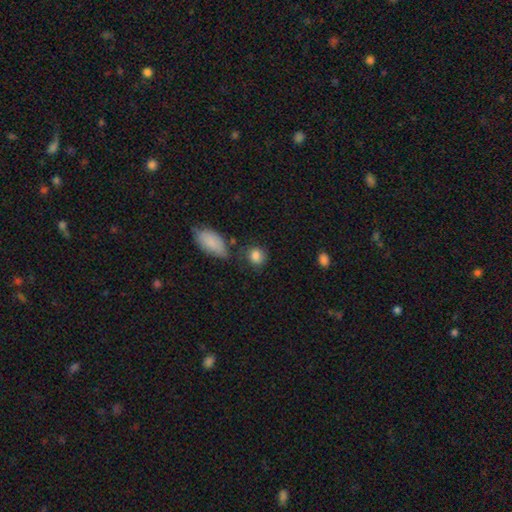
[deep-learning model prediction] A smooth galaxy with no disk features (85%) that is round (63%). Merging: none (64%).